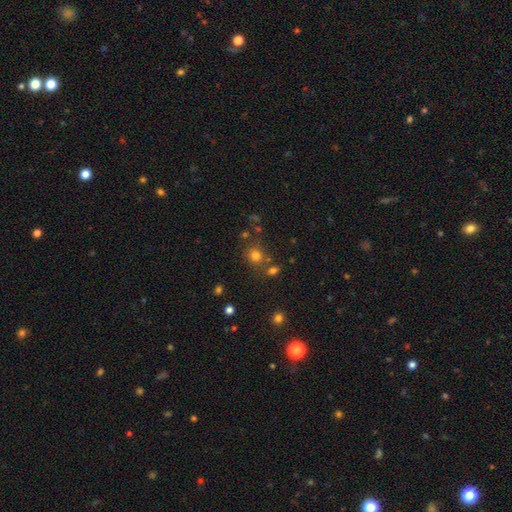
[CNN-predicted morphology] smooth 75%, star or artifact 18%, featured or disk 7%. Down the decision tree: how rounded — round (85%); merging — none (72%).